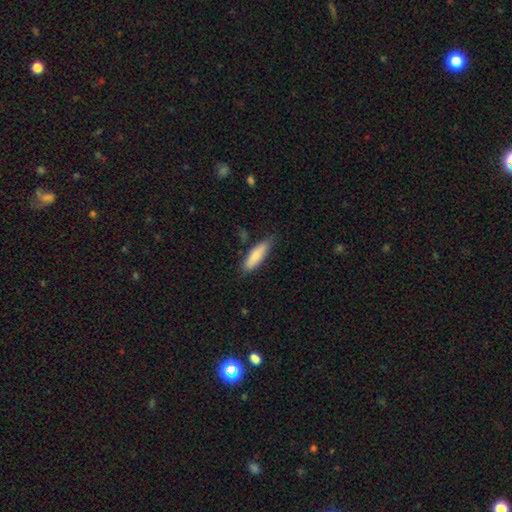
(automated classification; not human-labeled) This is likely a smooth galaxy (80%). How rounded: possibly cigar-shaped (54%). Merging: likely none (75%).